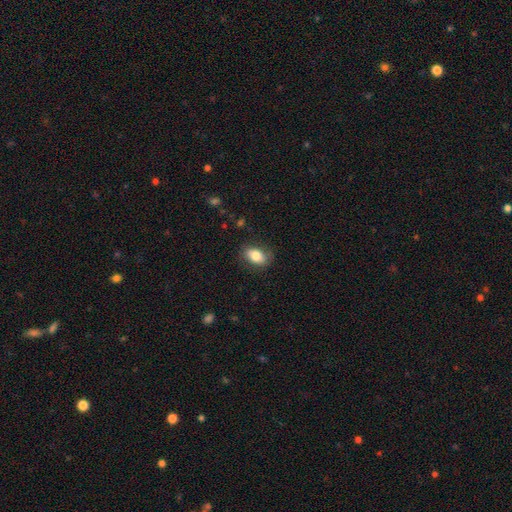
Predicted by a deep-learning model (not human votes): Smooth or featured: smooth — 80% (featured or disk — 13%)
How rounded: in between — 86% (round — 12%)
Merging: none — 81% (minor disturbance — 14%)